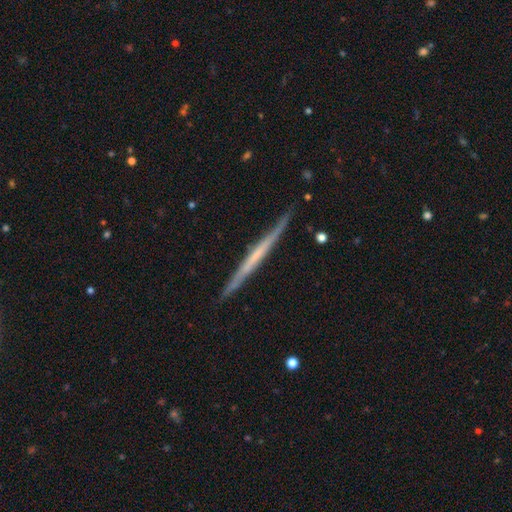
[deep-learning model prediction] A featured or disk galaxy (62%) viewed edge-on (97%) with no central bulge (85%).

Vote fractions:
- Smooth or featured? featured or disk: 62% / smooth: 32% / star or artifact: 5%
- Edge-on disk? yes: 97% / no: 3%
- Edge-on bulge? none: 85% / rounded: 9% / boxy: 6%
- Merging? none: 88% / minor disturbance: 9% / major disturbance: 2% / merger: 1%